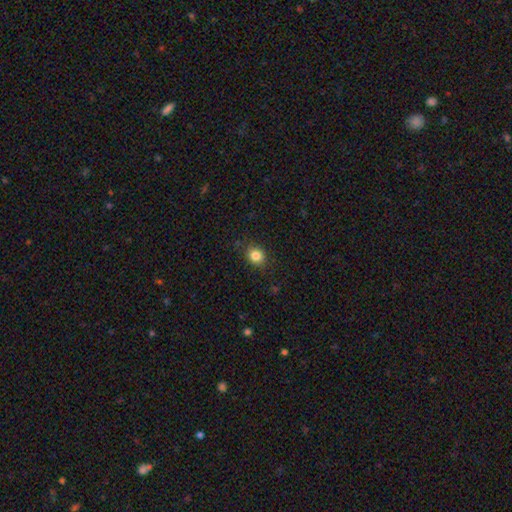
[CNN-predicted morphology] A smooth galaxy with no disk features (84%) that is round (71%).

Vote fractions:
- Smooth or featured? smooth: 84% / star or artifact: 11% / featured or disk: 5%
- How rounded? round: 71% / in between: 28% / cigar-shaped: 1%
- Merging? none: 86% / minor disturbance: 10% / major disturbance: 3% / merger: 1%